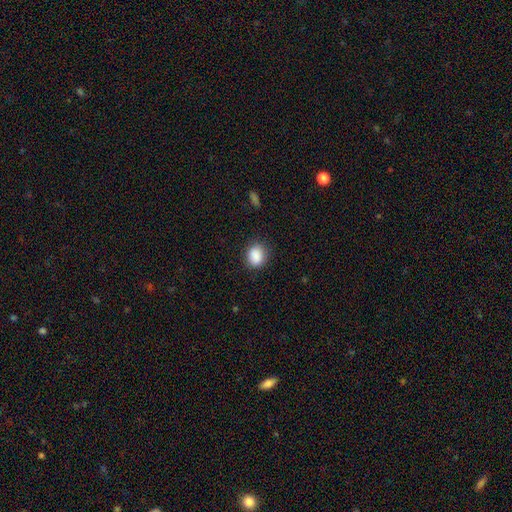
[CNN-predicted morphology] Smooth or featured?
  - smooth: 88% *
  - star or artifact: 9%
  - featured or disk: 4%
How rounded?
  - in between: 50% *
  - round: 49%
  - cigar-shaped: 1%
Merging?
  - none: 81% *
  - minor disturbance: 14%
  - major disturbance: 4%
  - merger: 1%